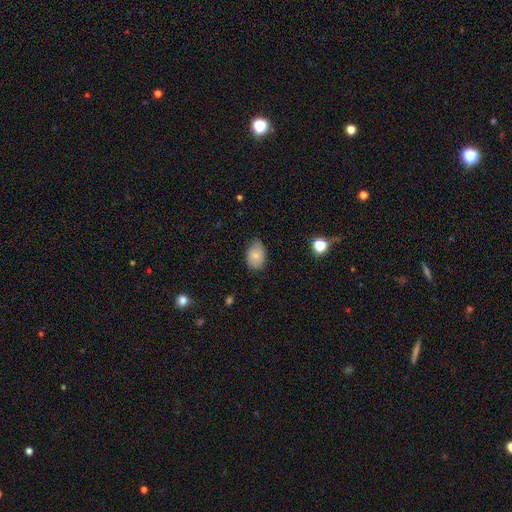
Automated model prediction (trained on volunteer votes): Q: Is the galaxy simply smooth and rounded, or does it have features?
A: smooth — 78%.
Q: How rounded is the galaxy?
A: in between — 78%.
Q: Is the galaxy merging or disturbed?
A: none — 64%.